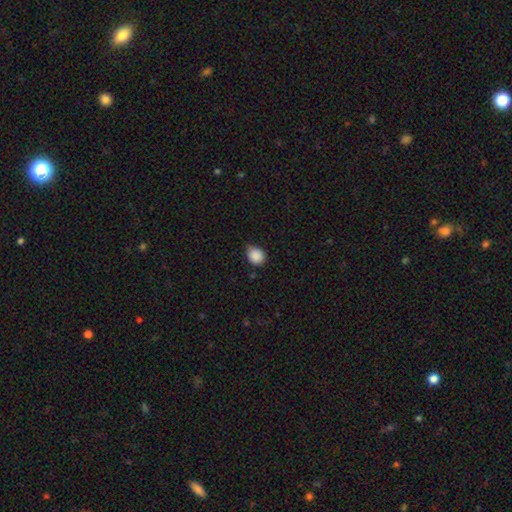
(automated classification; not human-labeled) Smooth or featured? smooth (88%)
How rounded? round (61%)
Merging? none (63%)